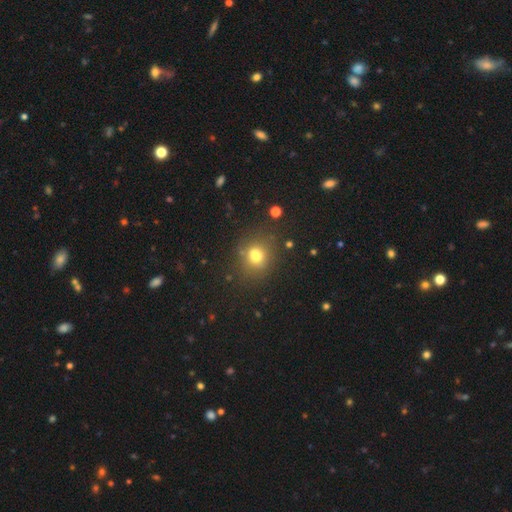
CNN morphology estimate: smooth-or-featured: smooth: 70% | star or artifact: 16% | featured or disk: 13%
  how-rounded: round: 71% | in between: 28% | cigar-shaped: 1%
  merging: none: 63% | merger: 18% | minor disturbance: 13% | major disturbance: 6%